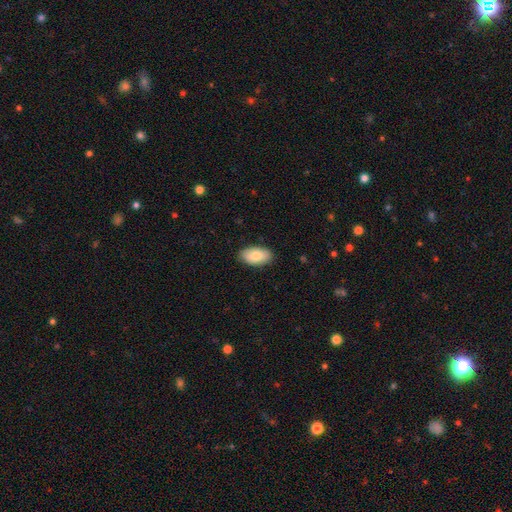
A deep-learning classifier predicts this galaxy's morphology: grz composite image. It shows a smooth galaxy with no disk features (82%) that is in between round and cigar-shaped (95%). Merging: none (87%).